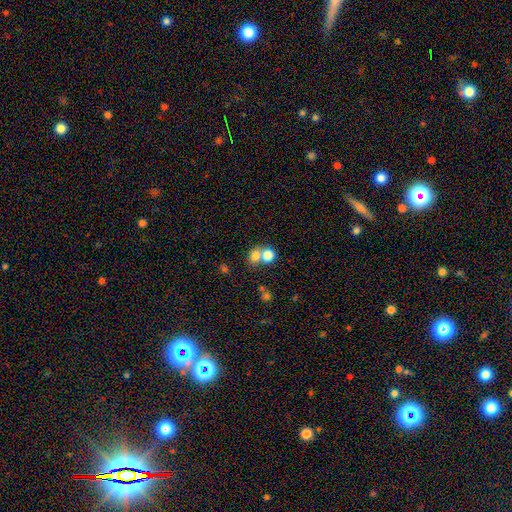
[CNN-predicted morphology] smooth_or_featured: smooth (p=0.75) [alt: star or artifact p=0.13]
how_rounded: round (p=0.69) [alt: in between p=0.30]
merging: merger (p=0.56) [alt: none p=0.35]